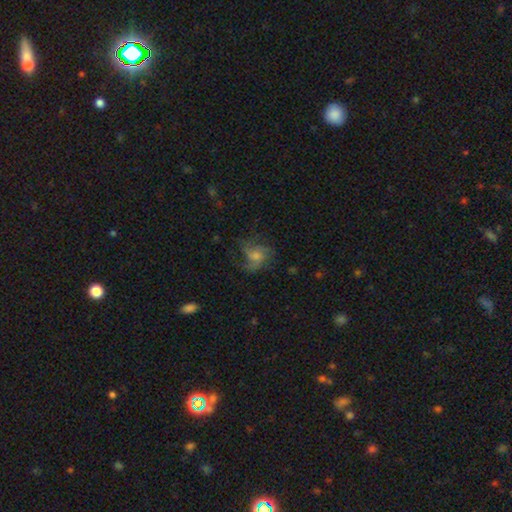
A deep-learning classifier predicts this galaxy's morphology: Overall: featured or disk (53%; smooth 33%). Edge-on disk: no (97%). Bar: no (74%). Spiral arms: yes (80%). Bulge size: moderate (42%; small 35%). Merging: none (52%; major disturbance 25%).